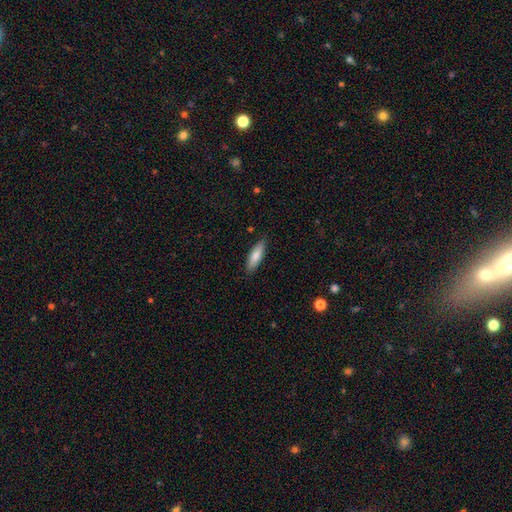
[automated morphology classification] Smooth or featured: smooth — 81% (featured or disk — 13%)
How rounded: cigar-shaped — 56% (in between — 42%)
Merging: none — 87% (minor disturbance — 10%)